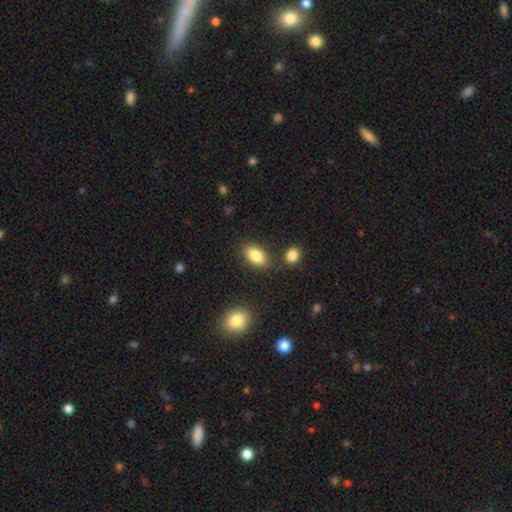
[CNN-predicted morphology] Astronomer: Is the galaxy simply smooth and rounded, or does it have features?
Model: smooth — 85%.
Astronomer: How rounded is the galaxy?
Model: in between — 91%.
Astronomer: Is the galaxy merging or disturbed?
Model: none — 79%.